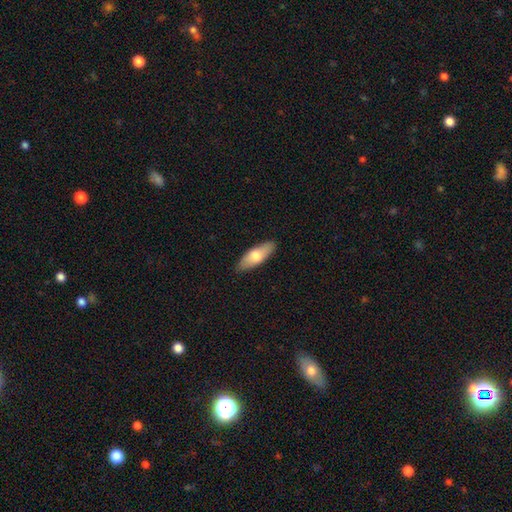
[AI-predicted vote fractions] smooth_or_featured: smooth (p=0.68) [alt: featured or disk p=0.27]
how_rounded: in between (p=0.67) [alt: cigar-shaped p=0.31]
merging: none (p=0.86) [alt: minor disturbance p=0.11]